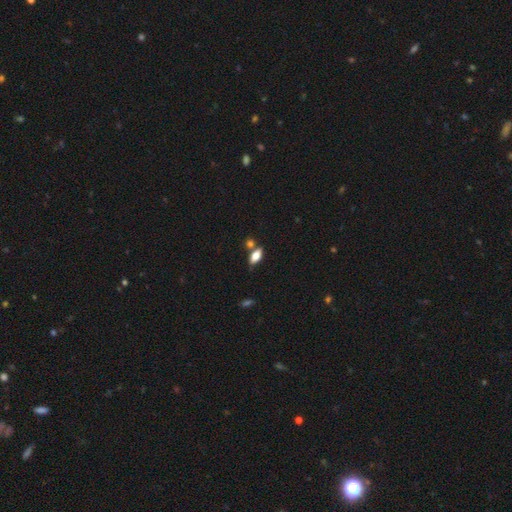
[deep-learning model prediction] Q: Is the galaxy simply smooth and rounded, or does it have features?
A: smooth — 75%.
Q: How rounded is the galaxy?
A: in between — 84%.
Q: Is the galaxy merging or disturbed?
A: none — 62%.